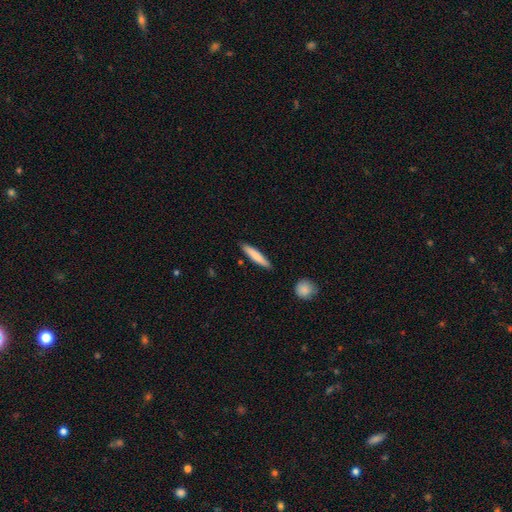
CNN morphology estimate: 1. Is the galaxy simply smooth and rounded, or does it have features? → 77% smooth, 18% featured or disk, 6% star or artifact.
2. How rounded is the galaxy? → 89% cigar-shaped, 10% in between, 1% round.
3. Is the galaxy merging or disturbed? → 87% none, 9% minor disturbance, 2% merger, 2% major disturbance.